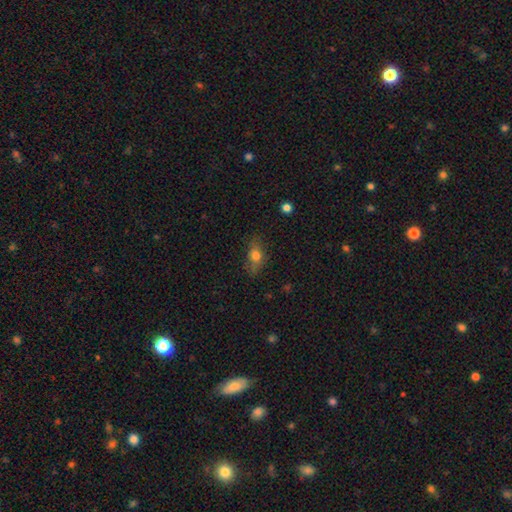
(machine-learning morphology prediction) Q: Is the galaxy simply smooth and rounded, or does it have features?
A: smooth — 69%.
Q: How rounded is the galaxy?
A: in between — 71%.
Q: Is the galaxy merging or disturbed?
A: none — 77%.